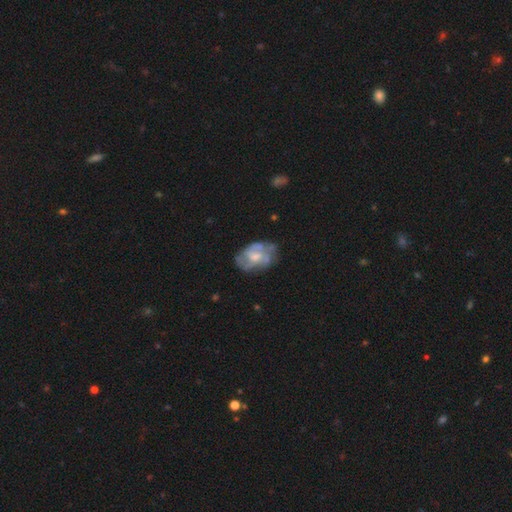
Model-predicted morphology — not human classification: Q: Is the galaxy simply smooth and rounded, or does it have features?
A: featured or disk — 69%.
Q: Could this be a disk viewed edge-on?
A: no — 97%.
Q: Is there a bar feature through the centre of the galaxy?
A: no — 55%.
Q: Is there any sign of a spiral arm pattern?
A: yes — 68%.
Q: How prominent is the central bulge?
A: moderate — 47%.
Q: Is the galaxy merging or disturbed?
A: none — 57%.